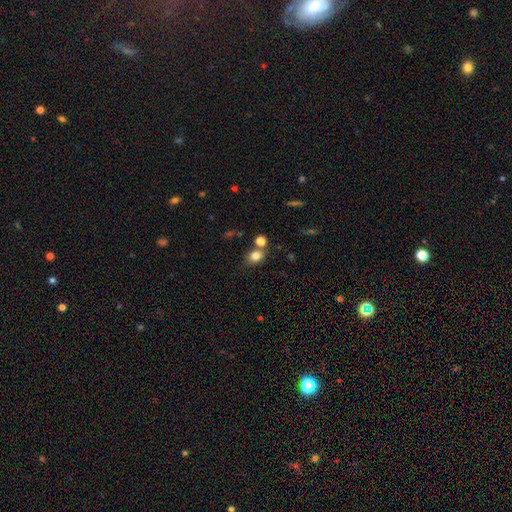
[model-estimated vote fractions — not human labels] smooth 81%, star or artifact 11%, featured or disk 8%. Down the decision tree: how rounded — in between (53%); merging — none (64%).